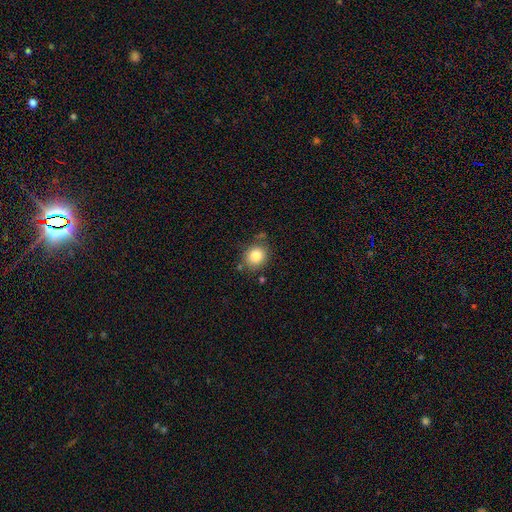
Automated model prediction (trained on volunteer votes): Q: Smooth or featured?
A: smooth (83%); runner-up: star or artifact (10%)
Q: How rounded?
A: round (79%); runner-up: in between (20%)
Q: Merging?
A: none (76%); runner-up: minor disturbance (14%)